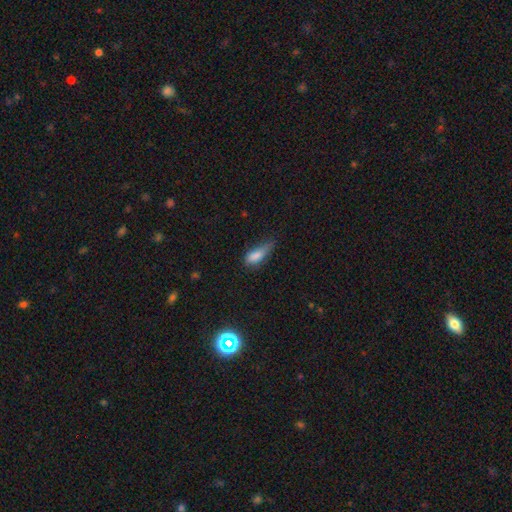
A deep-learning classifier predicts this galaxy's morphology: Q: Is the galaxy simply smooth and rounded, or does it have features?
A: smooth — 80%.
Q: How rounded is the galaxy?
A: in between — 70%.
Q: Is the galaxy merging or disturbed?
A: minor disturbance — 43%.